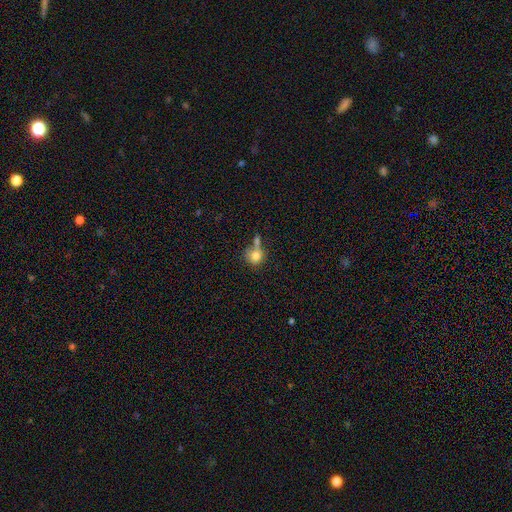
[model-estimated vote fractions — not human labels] This is likely a smooth galaxy (77%). How rounded: likely round (76%). Merging: marginally none (39%).